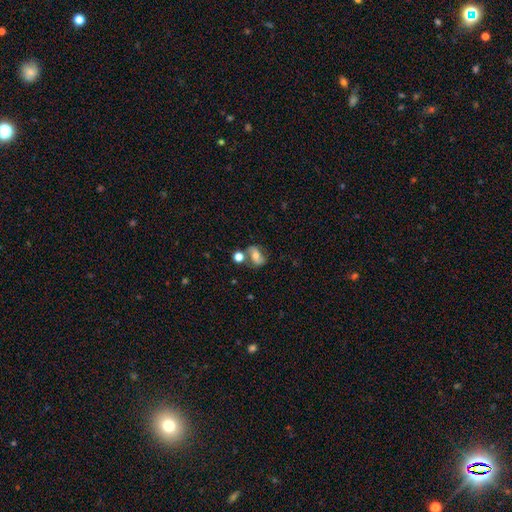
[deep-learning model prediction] smooth-or-featured: featured or disk: 48% | smooth: 42% | star or artifact: 10%
  merging: none: 58% | merger: 19% | minor disturbance: 17% | major disturbance: 7%